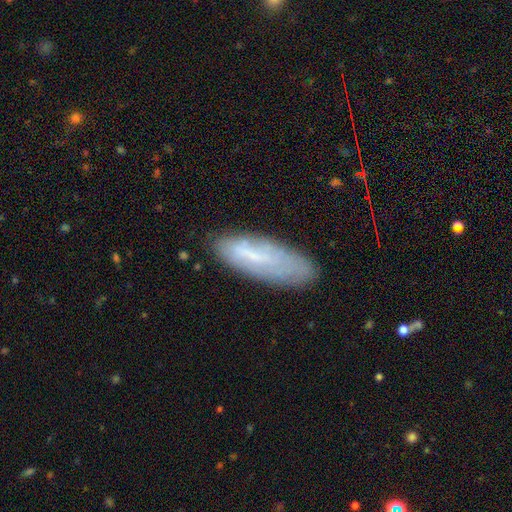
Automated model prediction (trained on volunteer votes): Smooth or featured?
  - smooth: 55% *
  - featured or disk: 36%
  - star or artifact: 8%
How rounded?
  - cigar-shaped: 52% *
  - in between: 46%
  - round: 2%
Merging?
  - none: 69% *
  - minor disturbance: 22%
  - major disturbance: 7%
  - merger: 3%